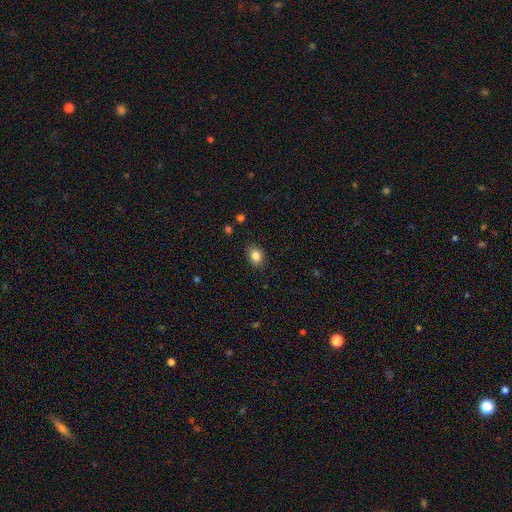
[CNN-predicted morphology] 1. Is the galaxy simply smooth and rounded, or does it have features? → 85% smooth, 9% star or artifact, 5% featured or disk.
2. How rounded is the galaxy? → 64% in between, 35% round, 1% cigar-shaped.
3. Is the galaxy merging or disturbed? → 85% none, 11% minor disturbance, 3% major disturbance, 1% merger.